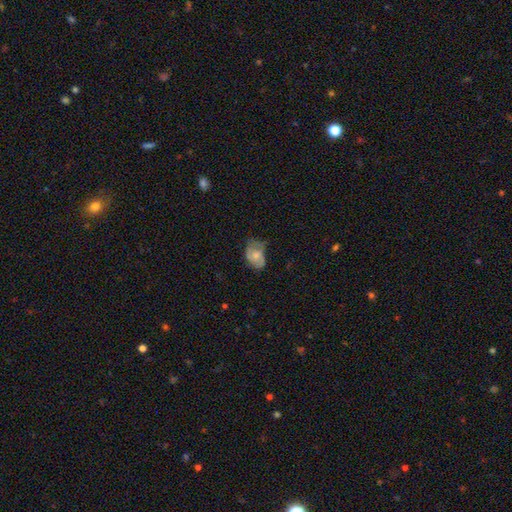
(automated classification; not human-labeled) smooth 50%, featured or disk 43%, star or artifact 8%. Down the decision tree: merging — none (41%).